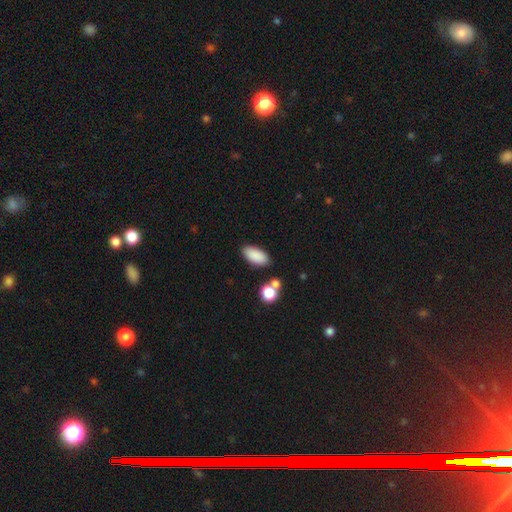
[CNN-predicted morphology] Overall: smooth (88%). How rounded: in between (91%). Merging: none (82%).